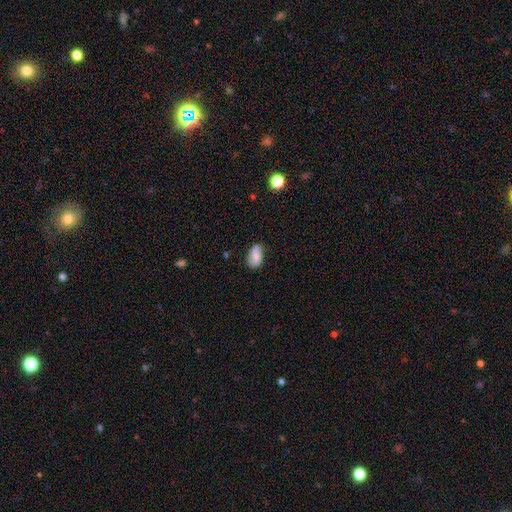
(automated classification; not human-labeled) Smooth or featured?
  - smooth: 56% *
  - featured or disk: 35%
  - star or artifact: 9%
How rounded?
  - in between: 89% *
  - round: 8%
  - cigar-shaped: 3%
Merging?
  - none: 64% *
  - minor disturbance: 26%
  - major disturbance: 6%
  - merger: 3%